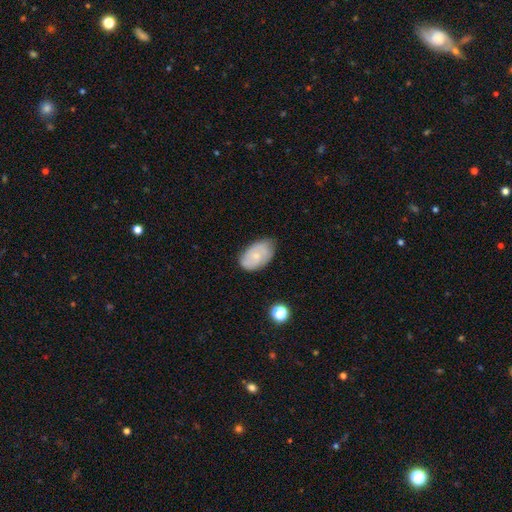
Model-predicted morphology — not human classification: Overall: smooth (54%; featured or disk 39%). How rounded: in between (91%). Merging: none (70%).